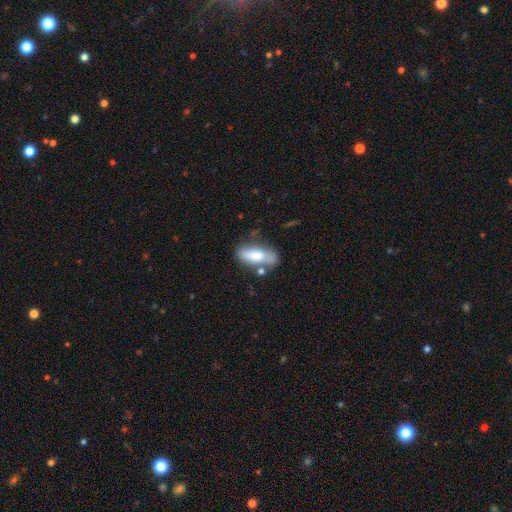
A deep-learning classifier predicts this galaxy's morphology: This appears to be a smooth galaxy with no disk features (69%) that is in between round and cigar-shaped (71%). Merging: none (60%).